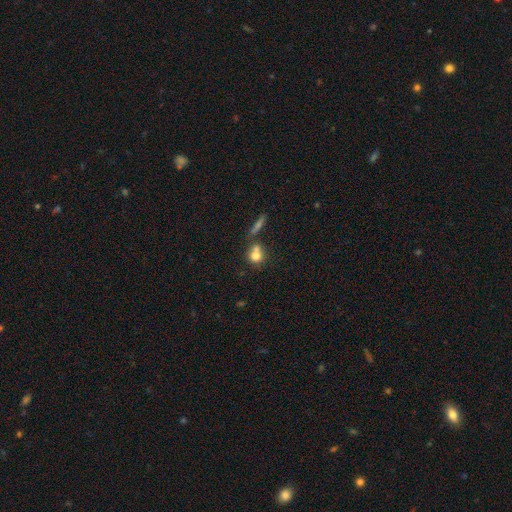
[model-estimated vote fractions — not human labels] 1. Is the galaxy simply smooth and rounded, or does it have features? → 75% smooth, 14% featured or disk, 11% star or artifact.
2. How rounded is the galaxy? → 81% round, 16% in between, 3% cigar-shaped.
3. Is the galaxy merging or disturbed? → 44% none, 42% merger, 9% minor disturbance, 4% major disturbance.